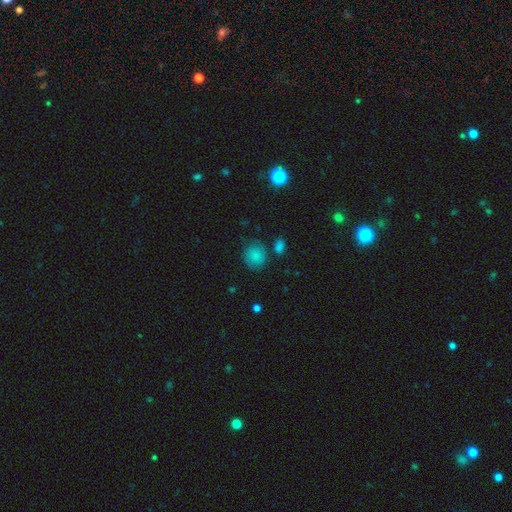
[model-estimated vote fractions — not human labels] Smooth or featured? smooth (84%)
How rounded? round (78%)
Merging? none (74%)